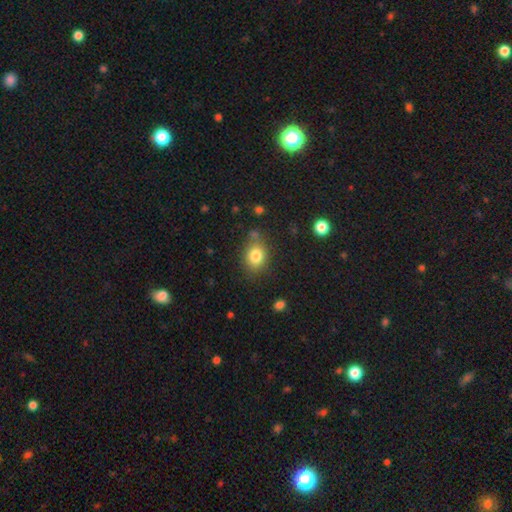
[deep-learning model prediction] This appears to be a smooth galaxy with no disk features (81%) that is in between round and cigar-shaped (52%). Merging: none (75%).